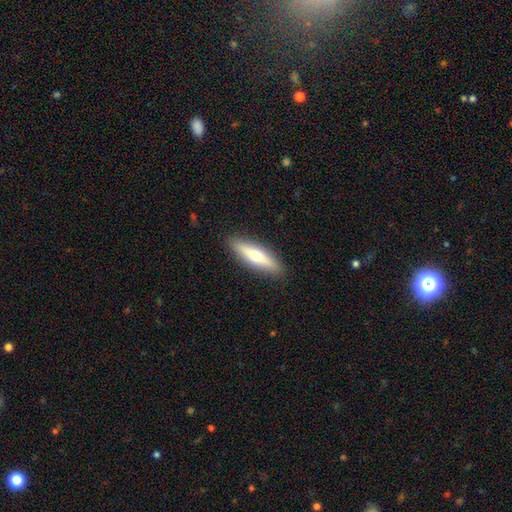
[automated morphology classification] Smooth or featured? smooth (56%)
How rounded? cigar-shaped (70%)
Merging? none (89%)